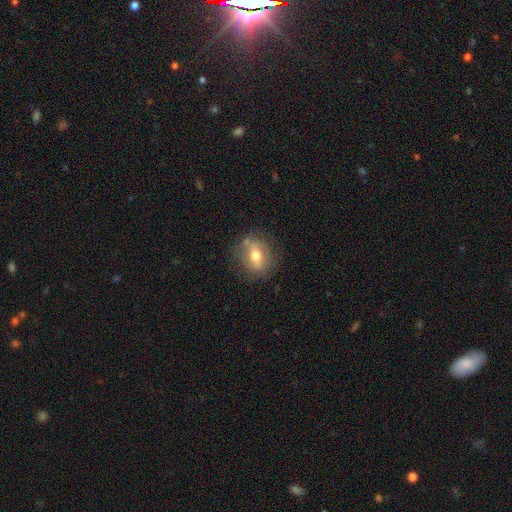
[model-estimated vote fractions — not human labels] Smooth or featured? Predicted: smooth (p=0.50). How rounded? Predicted: round (p=0.53). Merging? Predicted: none (p=0.77).